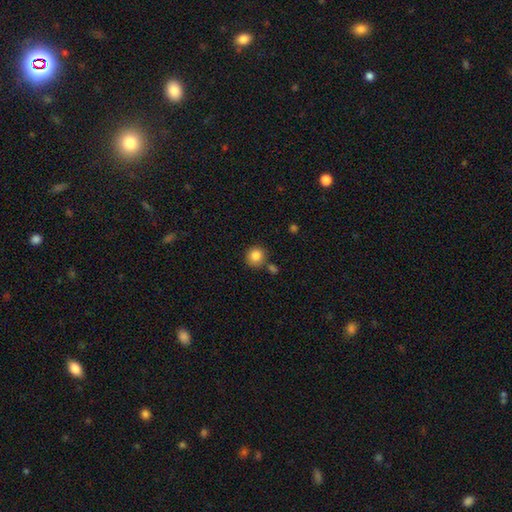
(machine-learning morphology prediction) This appears to be a smooth galaxy with no disk features (84%) that is round (90%). Merging: none (76%).